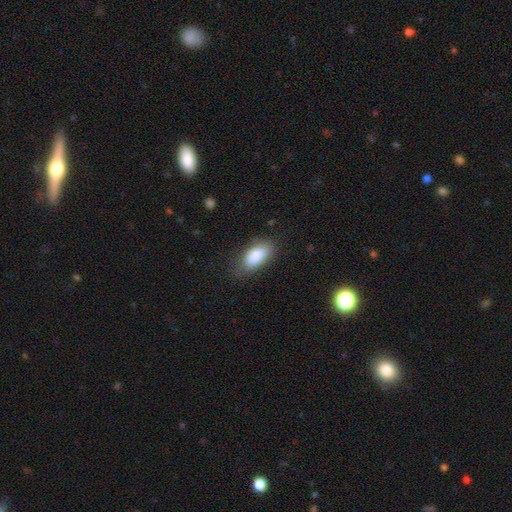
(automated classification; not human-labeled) A smooth galaxy with no disk features (85%) that is in between round and cigar-shaped (92%). Merging: none (71%).